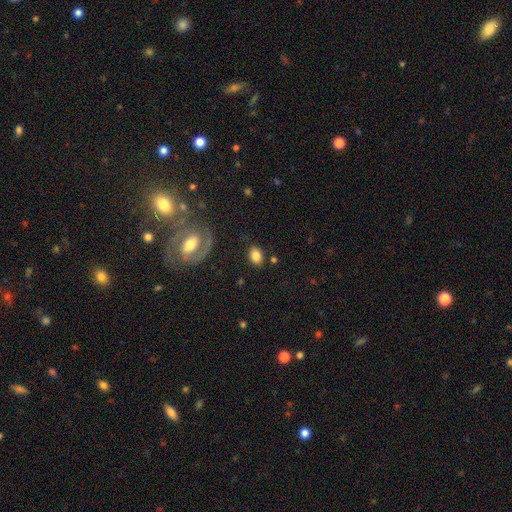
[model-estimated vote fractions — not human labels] This appears to be a smooth galaxy with no disk features (80%) that is in between round and cigar-shaped (71%). Merging: none (81%).